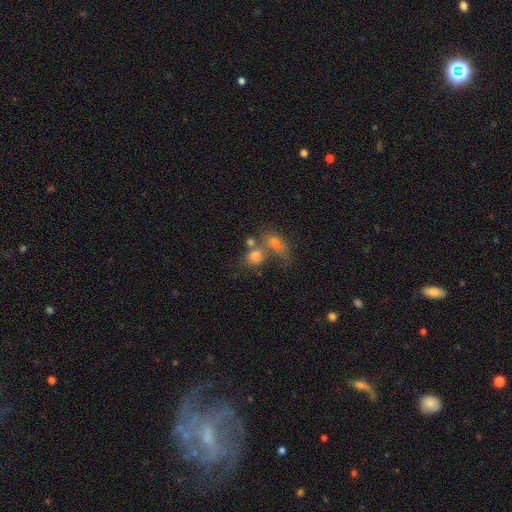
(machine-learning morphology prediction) Overall: smooth (70%). How rounded: round (57%; in between 41%). Merging: merger (52%; none 31%).